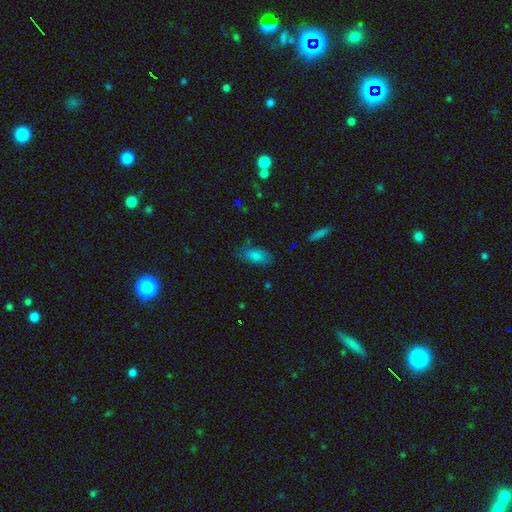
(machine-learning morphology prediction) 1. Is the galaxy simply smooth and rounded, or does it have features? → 74% smooth, 14% featured or disk, 12% star or artifact.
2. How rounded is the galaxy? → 85% in between, 11% cigar-shaped, 4% round.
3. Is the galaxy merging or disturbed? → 75% none, 18% minor disturbance, 5% major disturbance, 2% merger.